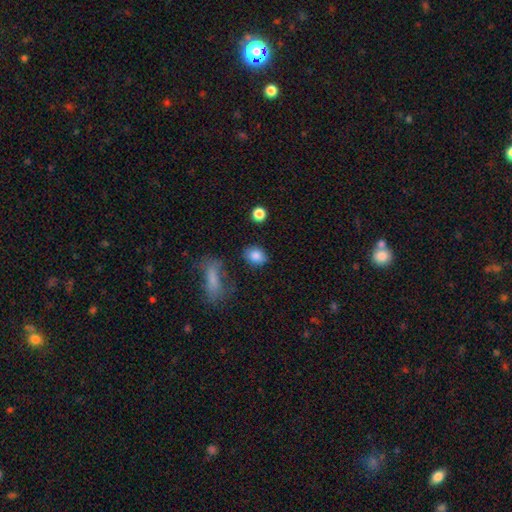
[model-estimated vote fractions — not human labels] Q: Smooth or featured?
A: smooth (85%); runner-up: star or artifact (9%)
Q: How rounded?
A: in between (56%); runner-up: round (42%)
Q: Merging?
A: none (80%); runner-up: minor disturbance (13%)